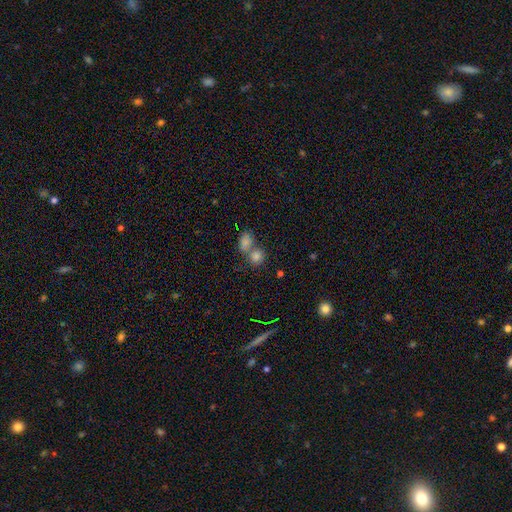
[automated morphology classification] Smooth or featured? Predicted: smooth (p=0.73). How rounded? Predicted: round (p=0.69). Merging? Predicted: merger (p=0.44, tied with none).